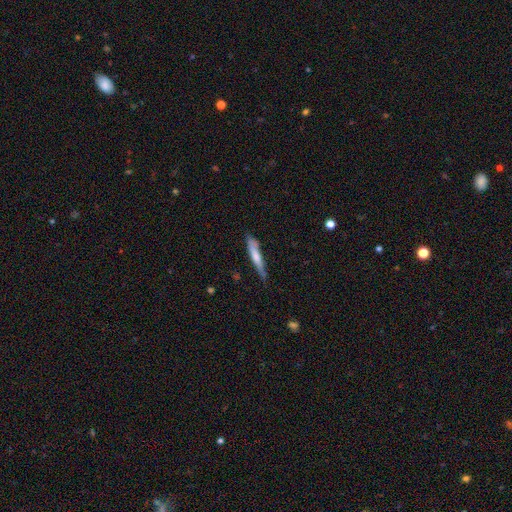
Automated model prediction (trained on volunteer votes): smooth 65%, featured or disk 29%, star or artifact 6%. Down the decision tree: how rounded — cigar-shaped (91%); merging — none (67%).